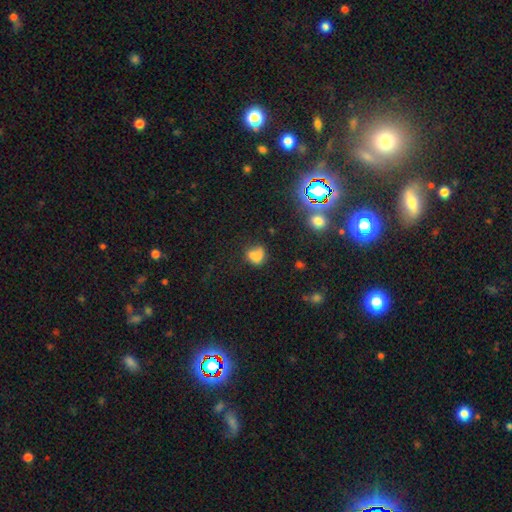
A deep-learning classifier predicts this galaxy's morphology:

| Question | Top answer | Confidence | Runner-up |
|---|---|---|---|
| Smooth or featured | smooth | 65% | featured or disk (18%) |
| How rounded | round | 52% | in between (46%) |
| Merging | none | 36% | merger (29%) |